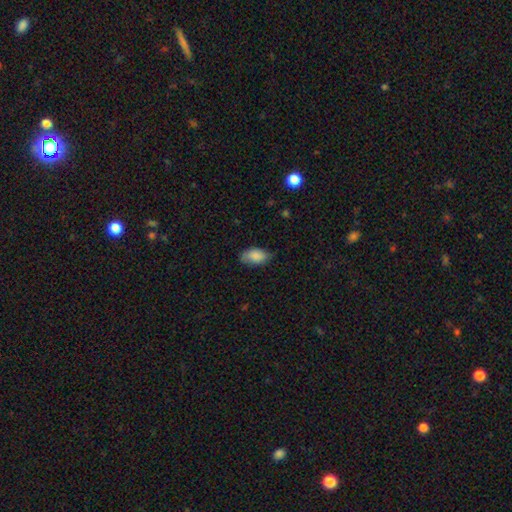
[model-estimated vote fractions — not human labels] Morphology: type=smooth (85%); roundness=in between (93%); merging=none (69%).